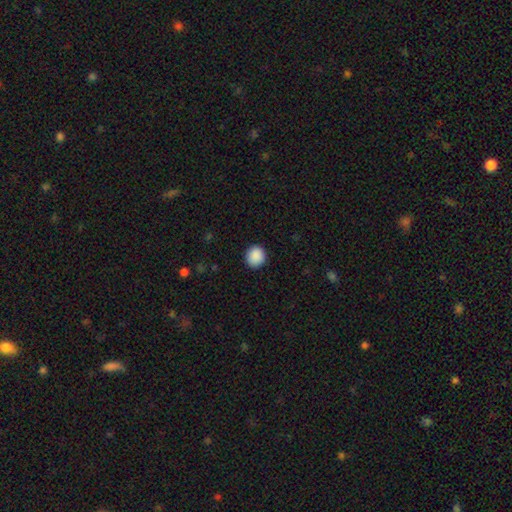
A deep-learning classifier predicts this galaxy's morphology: A smooth galaxy with no disk features (90%) that is round (88%).

Vote fractions:
- Smooth or featured? smooth: 90% / star or artifact: 8% / featured or disk: 2%
- How rounded? round: 88% / in between: 11% / cigar-shaped: 1%
- Merging? none: 91% / minor disturbance: 6% / major disturbance: 2% / merger: 1%